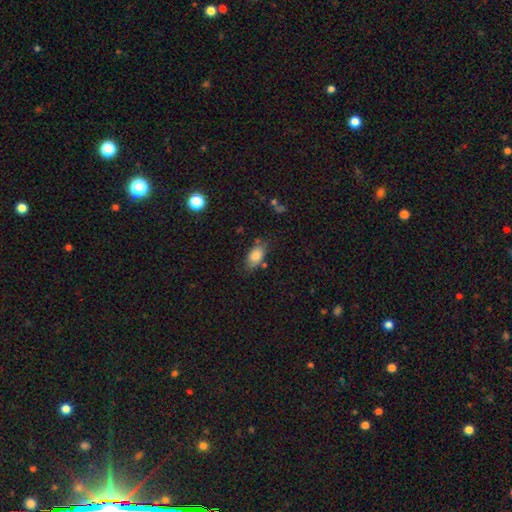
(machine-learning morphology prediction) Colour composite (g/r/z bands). It shows a smooth galaxy with no disk features (81%) that is in between round and cigar-shaped (88%). Merging: none (71%).